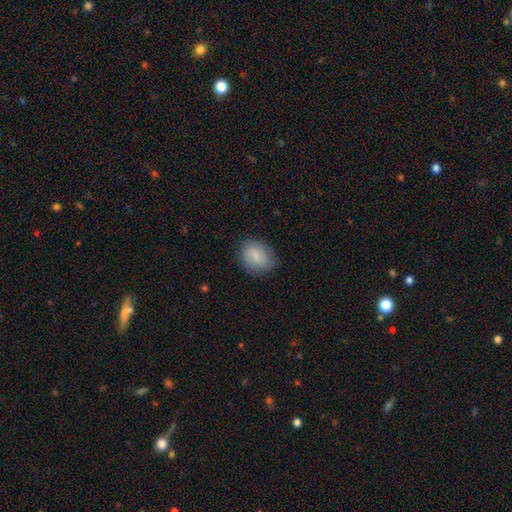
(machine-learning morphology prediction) This appears to be a smooth galaxy with no disk features (73%) that is in between round and cigar-shaped (53%). Merging: none (79%).